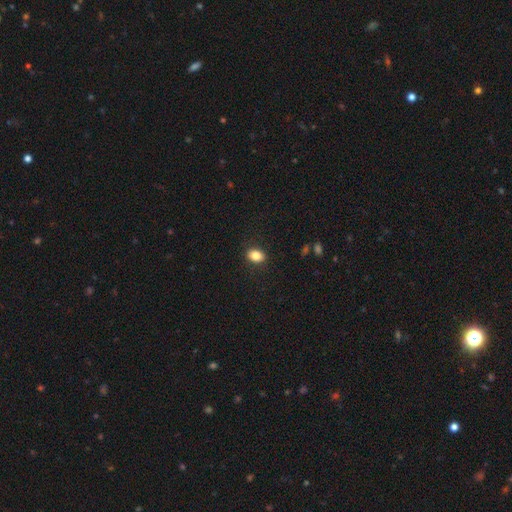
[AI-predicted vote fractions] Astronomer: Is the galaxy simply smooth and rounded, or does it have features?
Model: smooth — 84%.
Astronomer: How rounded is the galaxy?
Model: in between — 73%.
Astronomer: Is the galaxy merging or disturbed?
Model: none — 88%.